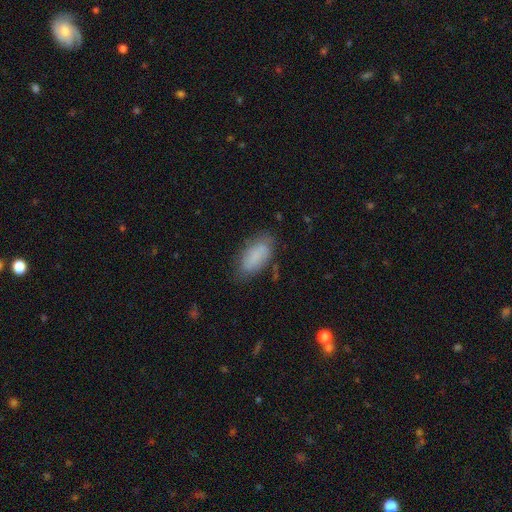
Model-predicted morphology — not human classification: This is likely a smooth galaxy (77%). How rounded: clearly in between (90%). Merging: likely none (69%).